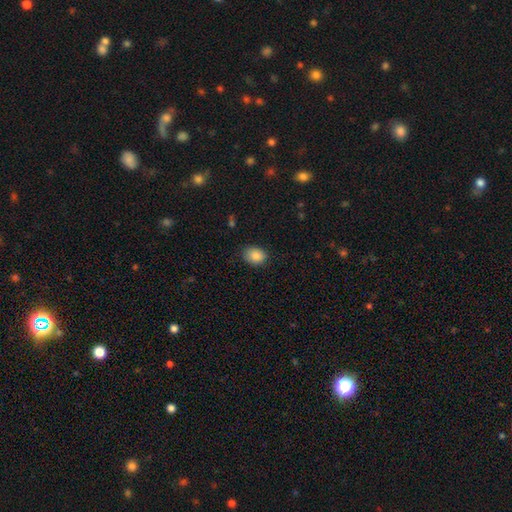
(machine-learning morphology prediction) A smooth galaxy with no disk features (88%) that is in between round and cigar-shaped (58%). Merging: none (81%).